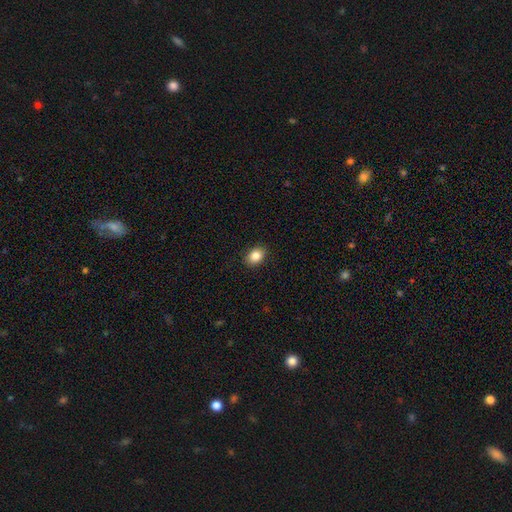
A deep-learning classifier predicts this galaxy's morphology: smooth_or_featured: smooth (p=0.84) [alt: star or artifact p=0.09]
how_rounded: in between (p=0.73) [alt: round p=0.26]
merging: none (p=0.90) [alt: minor disturbance p=0.08]